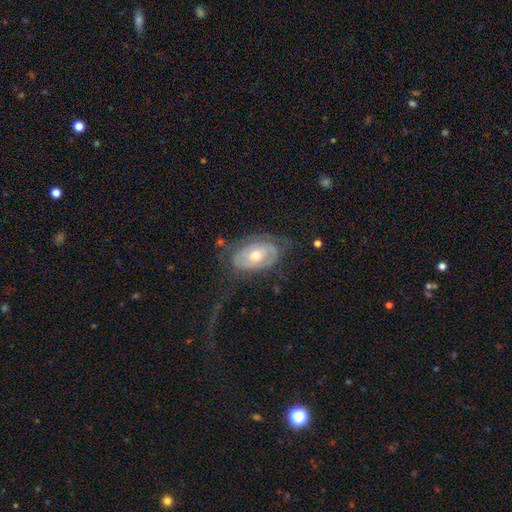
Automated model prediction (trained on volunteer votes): This is likely a featured or disk galaxy (71%). It is clearly not viewed edge-on (94%). Bar: likely no (69%). Spiral arm pattern: likely yes (70%). Central bulge: likely moderate (71%). Merging: possibly none (57%).